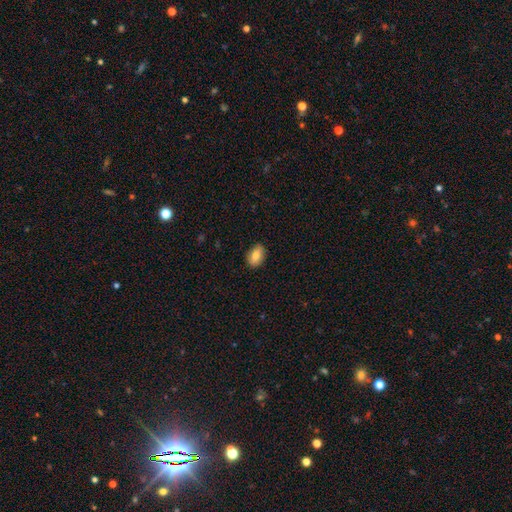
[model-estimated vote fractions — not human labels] Smooth or featured: smooth — 82% (featured or disk — 10%)
How rounded: in between — 88% (round — 10%)
Merging: none — 88% (minor disturbance — 9%)